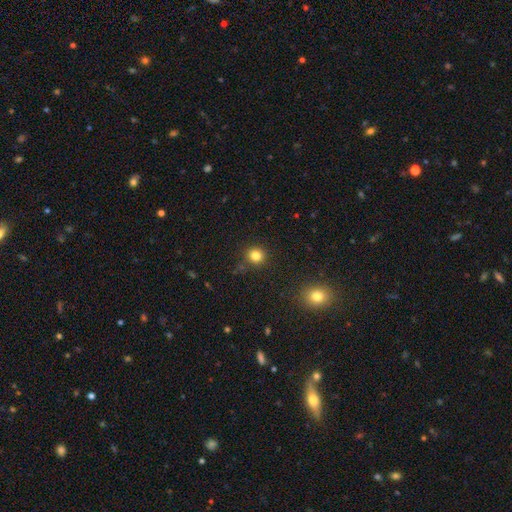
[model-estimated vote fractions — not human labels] Morphology: type=smooth (82%); roundness=round (89%); merging=none (87%).